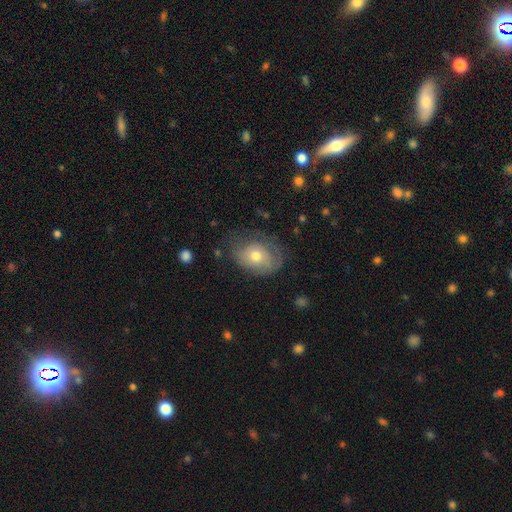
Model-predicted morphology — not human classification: smooth 56%, featured or disk 36%, star or artifact 9%. Down the decision tree: how rounded — in between (66%); merging — none (54%).